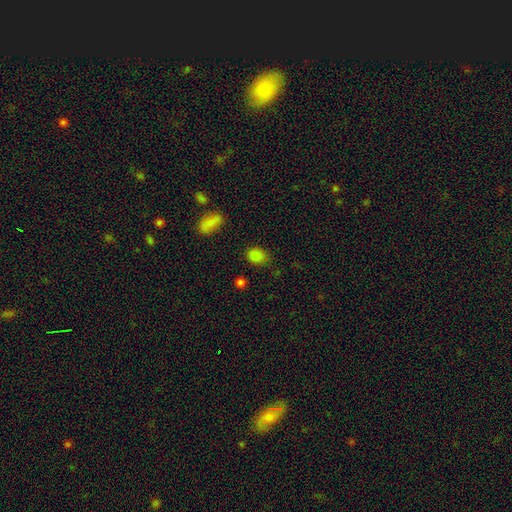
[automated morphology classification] smooth-or-featured: smooth: 82% | star or artifact: 14% | featured or disk: 4%
  how-rounded: in between: 56% | round: 42% | cigar-shaped: 1%
  merging: none: 76% | minor disturbance: 17% | major disturbance: 4% | merger: 2%